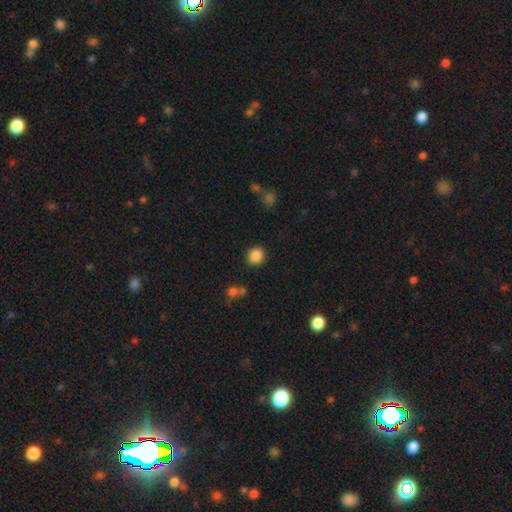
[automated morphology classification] This appears to be a smooth galaxy with no disk features (86%) that is round (86%). Merging: none (87%).